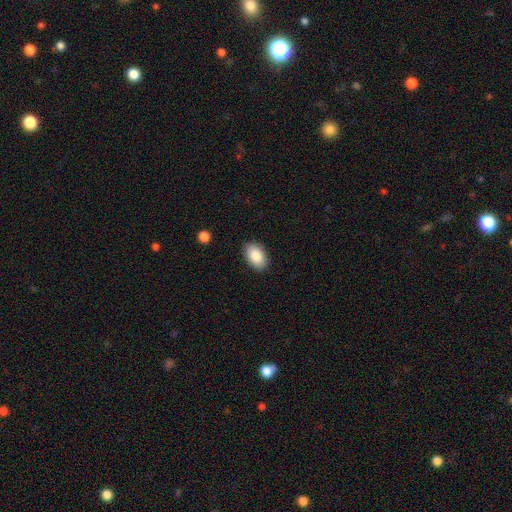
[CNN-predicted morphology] The model was most divided on "merging": none: 89%, minor disturbance: 8%, major disturbance: 2%, merger: 1%. More confident: how rounded — in between (92%); smooth or featured — smooth (87%).